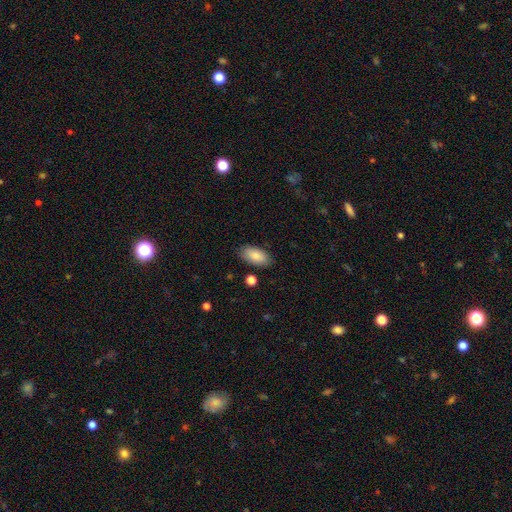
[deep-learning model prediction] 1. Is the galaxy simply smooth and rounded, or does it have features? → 85% smooth, 9% featured or disk, 6% star or artifact.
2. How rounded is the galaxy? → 92% in between, 6% cigar-shaped, 3% round.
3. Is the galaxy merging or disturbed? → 84% none, 11% minor disturbance, 2% major disturbance, 2% merger.